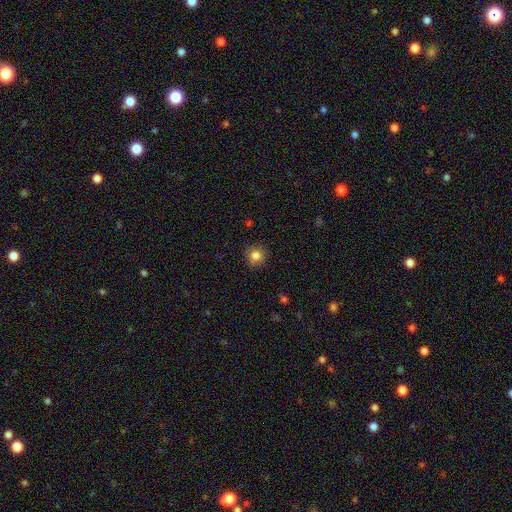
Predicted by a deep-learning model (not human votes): Smooth or featured? smooth (82%)
How rounded? round (89%)
Merging? none (86%)